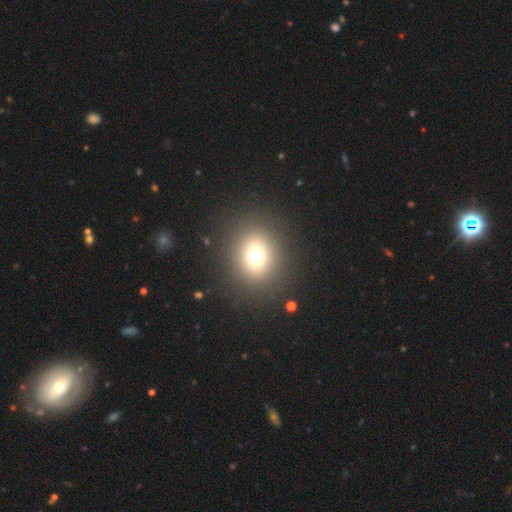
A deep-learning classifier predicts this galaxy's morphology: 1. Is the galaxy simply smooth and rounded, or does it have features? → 69% smooth, 20% star or artifact, 11% featured or disk.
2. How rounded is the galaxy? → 79% round, 20% in between, 1% cigar-shaped.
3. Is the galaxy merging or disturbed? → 87% none, 6% minor disturbance, 5% major disturbance, 2% merger.